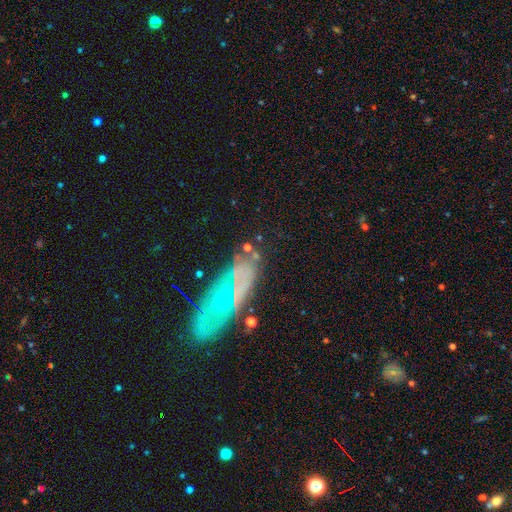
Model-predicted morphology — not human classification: Smooth or featured: featured or disk — 53% (smooth — 29%)
Edge-on disk: no — 69% (yes — 31%)
Merging: none — 71% (minor disturbance — 17%)